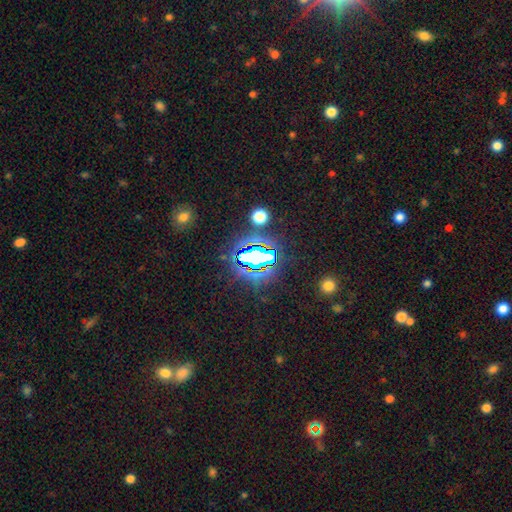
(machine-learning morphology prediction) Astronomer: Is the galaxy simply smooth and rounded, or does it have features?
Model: star or artifact — 70%.